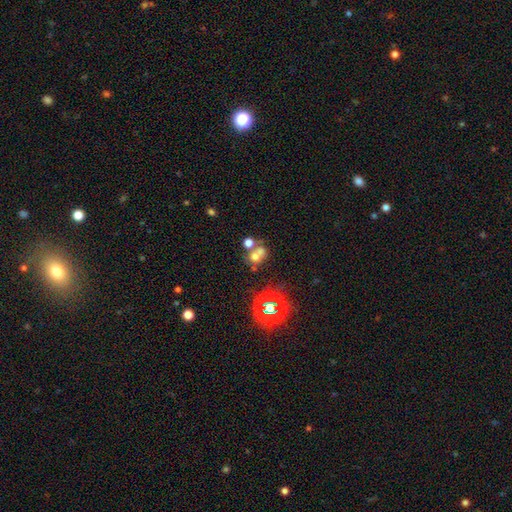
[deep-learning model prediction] A smooth galaxy with no disk features (54%) that is round (62%). Merging: merger (53%).